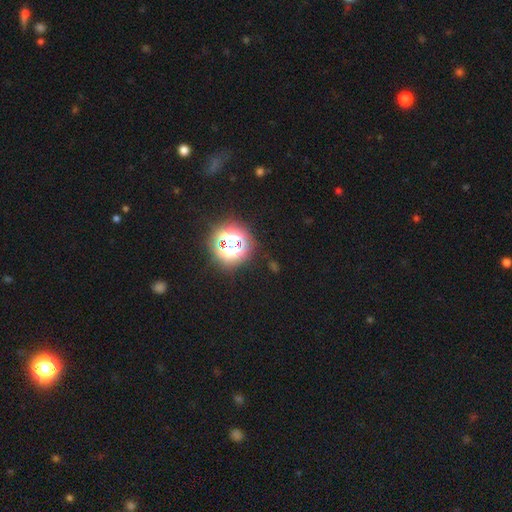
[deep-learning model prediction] Smooth or featured: star or artifact — 77% (smooth — 18%)